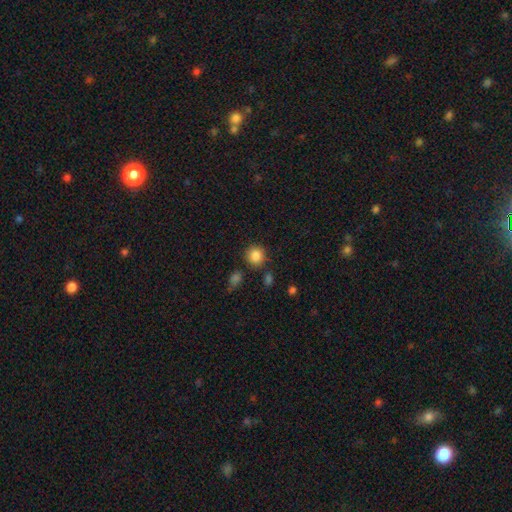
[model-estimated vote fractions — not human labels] smooth 86%, star or artifact 10%, featured or disk 4%. Down the decision tree: how rounded — round (89%); merging — none (82%).